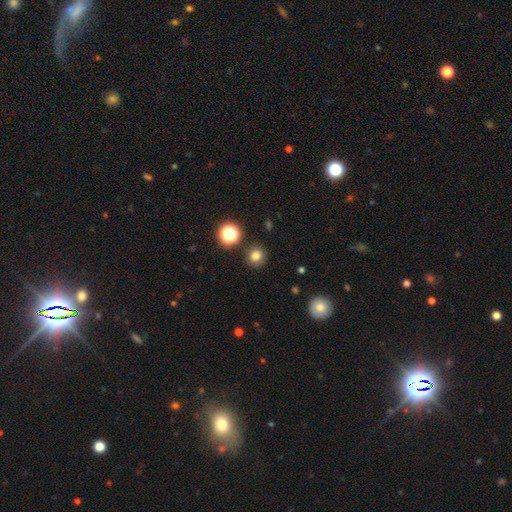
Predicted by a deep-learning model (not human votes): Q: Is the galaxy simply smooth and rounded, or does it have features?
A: smooth — 79%.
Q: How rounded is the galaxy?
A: round — 88%.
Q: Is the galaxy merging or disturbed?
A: none — 88%.